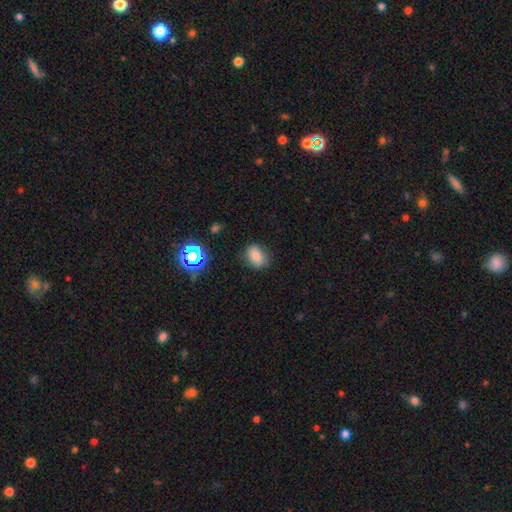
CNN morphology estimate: Q: Smooth or featured?
A: smooth (72%); runner-up: star or artifact (15%)
Q: How rounded?
A: in between (66%); runner-up: round (33%)
Q: Merging?
A: none (80%); runner-up: minor disturbance (15%)